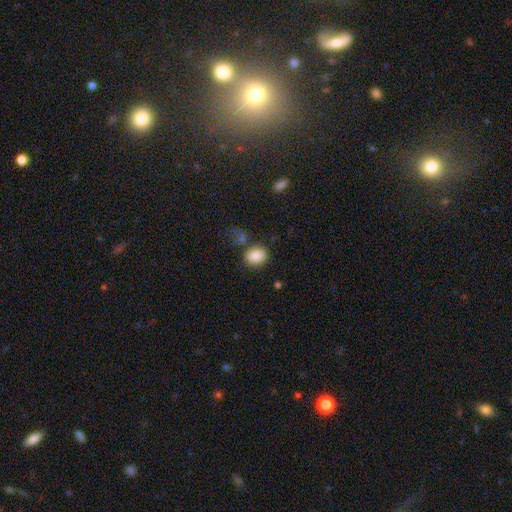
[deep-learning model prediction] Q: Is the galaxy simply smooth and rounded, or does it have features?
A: smooth — 86%.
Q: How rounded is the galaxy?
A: round — 52%.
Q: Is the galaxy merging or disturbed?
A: none — 72%.